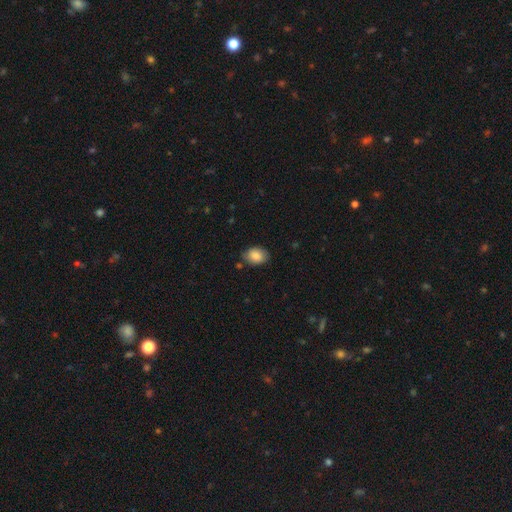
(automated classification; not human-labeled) This appears to be a smooth galaxy with no disk features (85%) that is in between round and cigar-shaped (79%). Merging: none (78%).